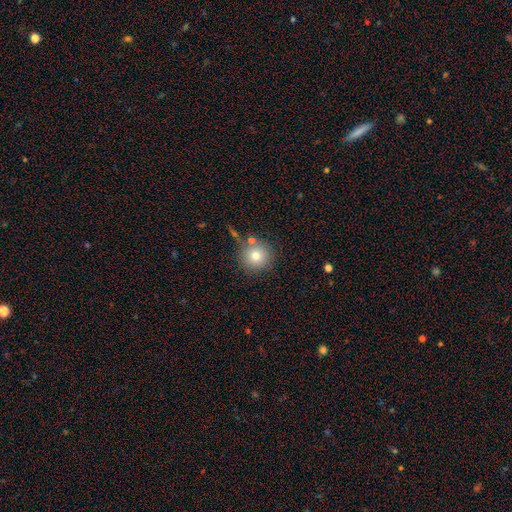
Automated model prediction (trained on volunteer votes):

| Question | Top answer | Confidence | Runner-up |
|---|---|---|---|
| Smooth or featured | smooth | 77% | star or artifact (12%) |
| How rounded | round | 94% | in between (5%) |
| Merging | none | 75% | minor disturbance (11%) |